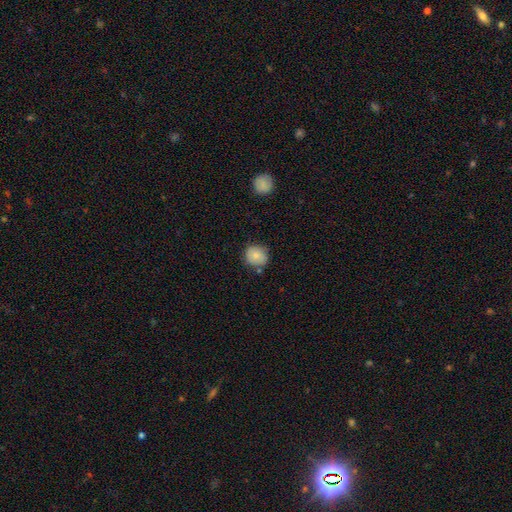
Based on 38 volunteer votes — Smooth or featured?
  - smooth: 82% *
  - featured or disk: 13%
  - star or artifact: 5%
How rounded?
  - round: 87% *
  - in between: 13%
  - cigar-shaped: 0%
Merging?
  - none: 81% *
  - merger: 11%
  - minor disturbance: 6%
  - major disturbance: 3%